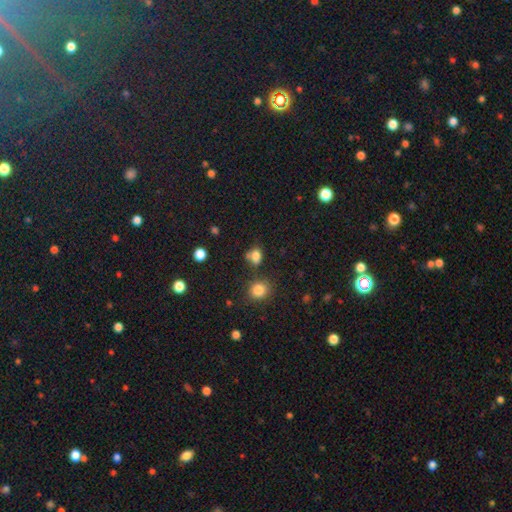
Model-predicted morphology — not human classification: smooth 79%, star or artifact 14%, featured or disk 7%. Down the decision tree: how rounded — in between (57%); merging — none (58%).